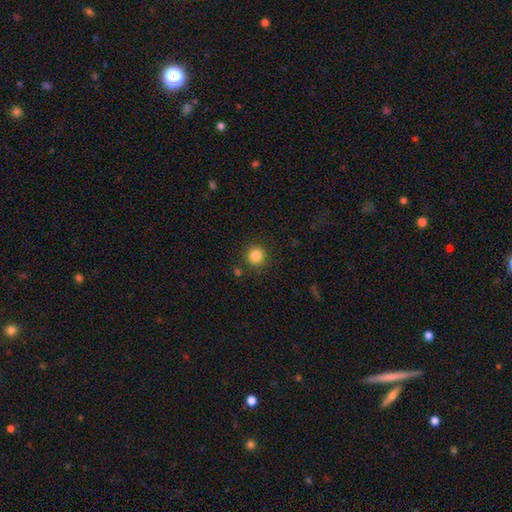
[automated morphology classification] Smooth or featured?
  - smooth: 85% *
  - star or artifact: 11%
  - featured or disk: 4%
How rounded?
  - round: 93% *
  - in between: 6%
  - cigar-shaped: 1%
Merging?
  - none: 88% *
  - minor disturbance: 7%
  - major disturbance: 2%
  - merger: 2%